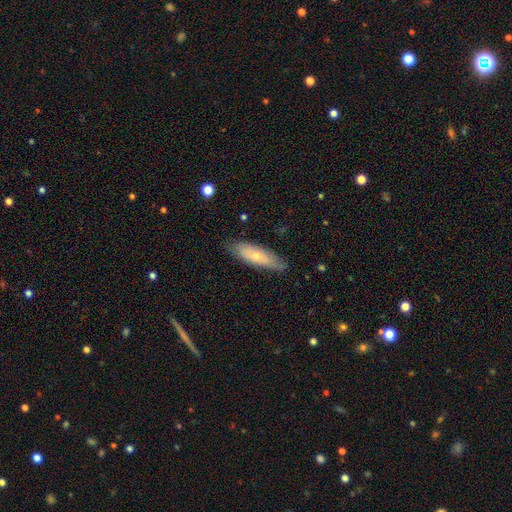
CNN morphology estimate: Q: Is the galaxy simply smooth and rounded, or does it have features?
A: smooth — 60%.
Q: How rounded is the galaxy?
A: cigar-shaped — 56%.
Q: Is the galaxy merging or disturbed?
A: none — 80%.